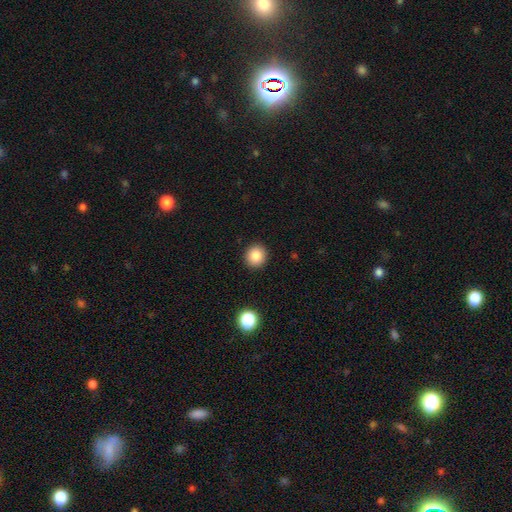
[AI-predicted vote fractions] Smooth or featured?
  - smooth: 85% *
  - star or artifact: 10%
  - featured or disk: 5%
How rounded?
  - round: 91% *
  - in between: 8%
  - cigar-shaped: 1%
Merging?
  - none: 92% *
  - minor disturbance: 5%
  - major disturbance: 2%
  - merger: 1%